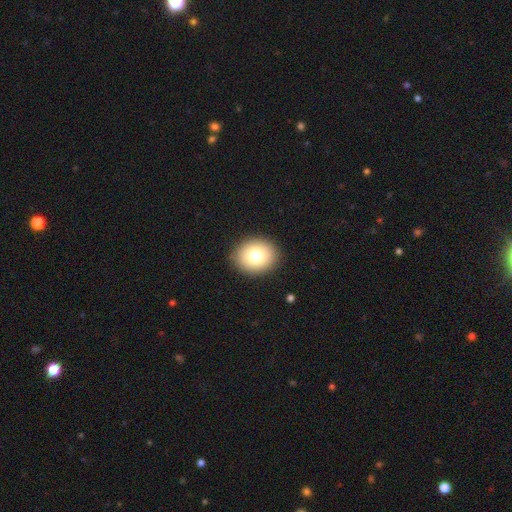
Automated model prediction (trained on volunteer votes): A smooth galaxy with no disk features (78%) that is round (64%).

Vote fractions:
- Smooth or featured? smooth: 78% / featured or disk: 12% / star or artifact: 10%
- How rounded? round: 64% / in between: 35% / cigar-shaped: 1%
- Merging? none: 90% / minor disturbance: 7% / major disturbance: 2% / merger: 1%